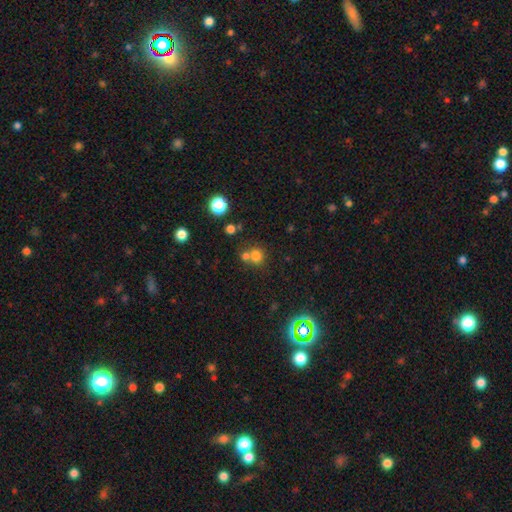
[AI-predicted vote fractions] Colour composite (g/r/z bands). It shows a smooth galaxy with no disk features (74%) that is round (83%). Merging: none (54%).